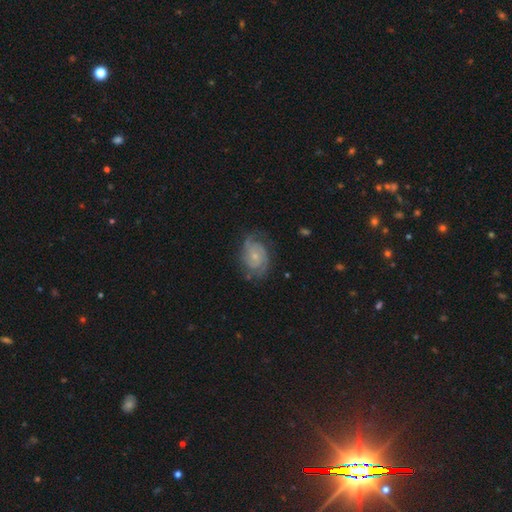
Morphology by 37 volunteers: featured or disk 81%, smooth 16%, star or artifact 3%. Down the decision tree: edge-on disk — no (97%); bar — no (86%); spiral arms — yes (97%); spiral arm count — 2 (61%); spiral winding — medium (57%); bulge size — small (86%); merging — none (69%).